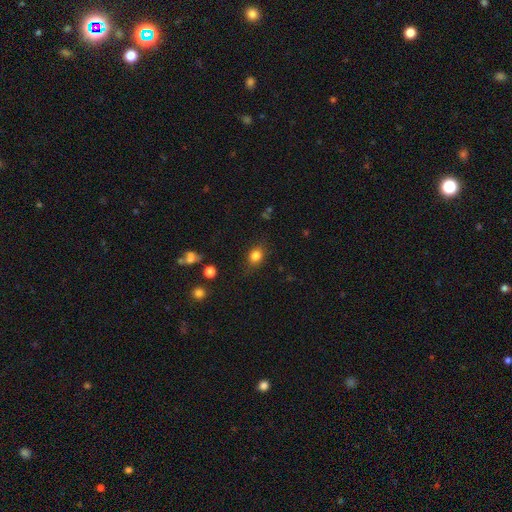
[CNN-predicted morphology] Q: Smooth or featured?
A: smooth (83%); runner-up: star or artifact (11%)
Q: How rounded?
A: in between (53%); runner-up: round (46%)
Q: Merging?
A: none (79%); runner-up: minor disturbance (15%)